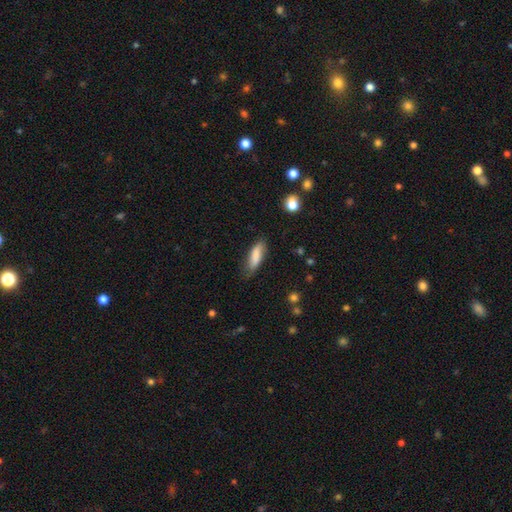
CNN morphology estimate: type=smooth (83%); roundness=in between (50%); merging=none (70%).